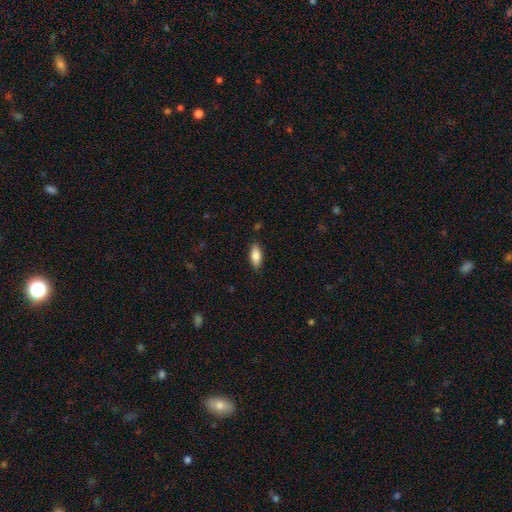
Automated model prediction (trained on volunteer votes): smooth_or_featured: smooth (p=0.82) [alt: featured or disk p=0.11]
how_rounded: in between (p=0.81) [alt: cigar-shaped p=0.17]
merging: none (p=0.87) [alt: minor disturbance p=0.10]